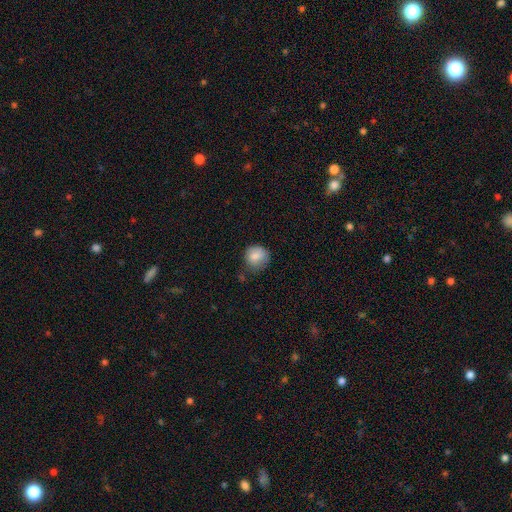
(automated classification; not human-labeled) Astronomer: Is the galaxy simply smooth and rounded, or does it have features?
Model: smooth — 83%.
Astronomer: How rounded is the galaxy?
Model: round — 84%.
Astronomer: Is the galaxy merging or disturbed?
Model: none — 61%.